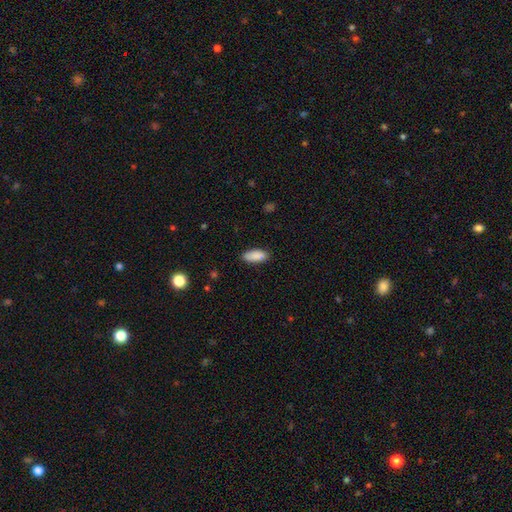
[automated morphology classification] The model was most divided on "how rounded": in between: 83%, cigar-shaped: 15%, round: 2%. More confident: smooth or featured — smooth (89%); merging — none (84%).